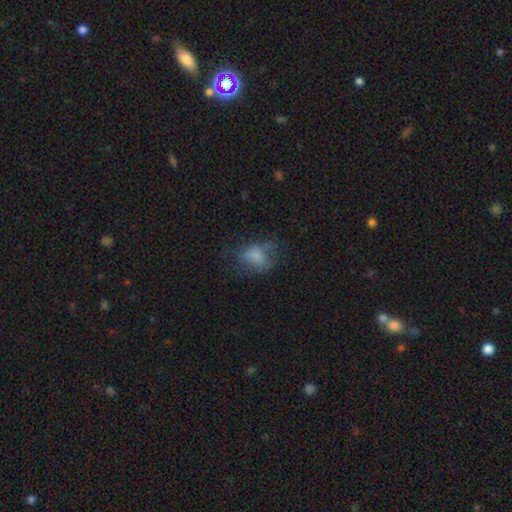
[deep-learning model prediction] Q: Smooth or featured?
A: smooth (69%); runner-up: featured or disk (19%)
Q: How rounded?
A: in between (71%); runner-up: round (27%)
Q: Merging?
A: none (43%); runner-up: major disturbance (28%)